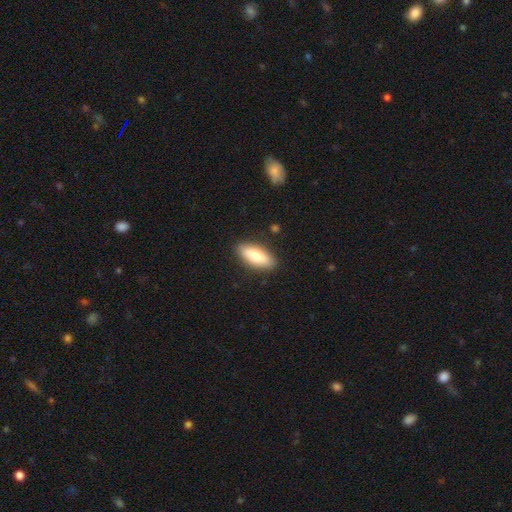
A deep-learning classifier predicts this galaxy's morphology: Q: Smooth or featured?
A: smooth (79%); runner-up: featured or disk (15%)
Q: How rounded?
A: in between (75%); runner-up: cigar-shaped (23%)
Q: Merging?
A: none (87%); runner-up: minor disturbance (9%)